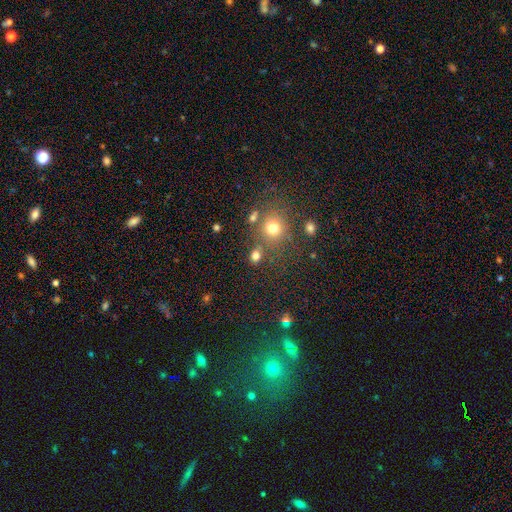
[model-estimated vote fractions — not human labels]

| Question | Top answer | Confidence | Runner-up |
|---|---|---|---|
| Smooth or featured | smooth | 77% | star or artifact (17%) |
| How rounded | round | 64% | in between (35%) |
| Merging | none | 69% | merger (14%) |